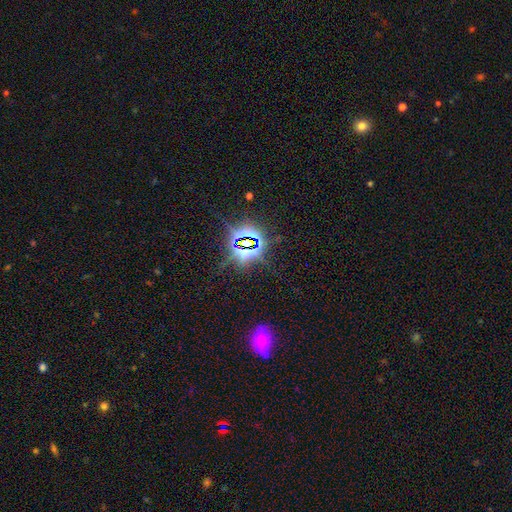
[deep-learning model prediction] A star or artifact, not a galaxy (83%).

Vote fractions:
- Smooth or featured? star or artifact: 83% / smooth: 9% / featured or disk: 8%